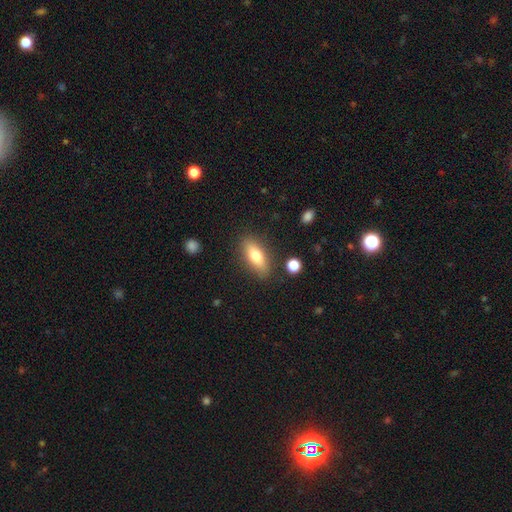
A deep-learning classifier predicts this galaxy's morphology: Smooth or featured? smooth (70%)
How rounded? in between (70%)
Merging? none (85%)